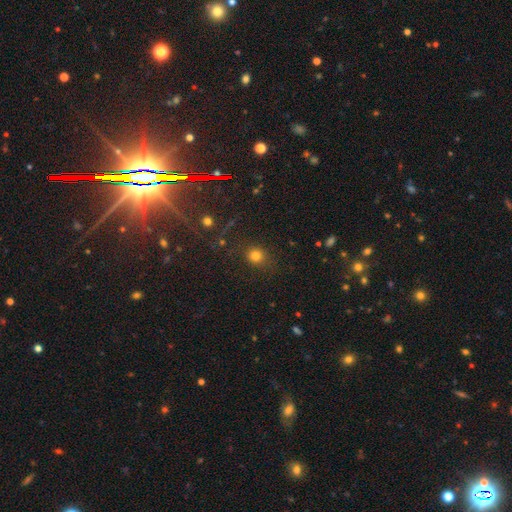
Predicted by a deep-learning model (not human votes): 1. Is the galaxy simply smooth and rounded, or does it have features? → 77% smooth, 17% star or artifact, 6% featured or disk.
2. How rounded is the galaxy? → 86% round, 13% in between, 1% cigar-shaped.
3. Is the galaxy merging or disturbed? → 83% none, 10% minor disturbance, 5% major disturbance, 3% merger.